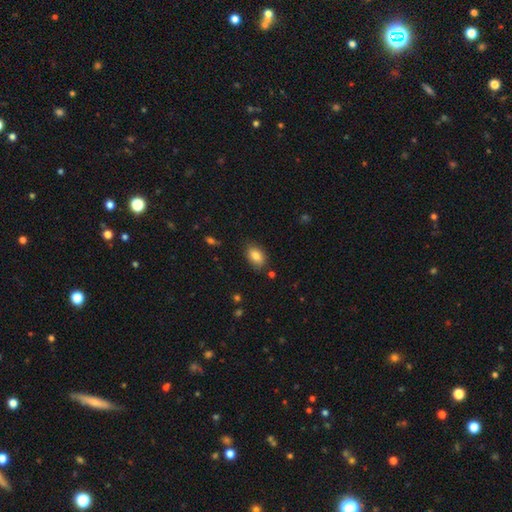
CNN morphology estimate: Smooth or featured?
  - smooth: 84% *
  - star or artifact: 8%
  - featured or disk: 7%
How rounded?
  - in between: 88% *
  - round: 10%
  - cigar-shaped: 2%
Merging?
  - none: 81% *
  - minor disturbance: 14%
  - major disturbance: 3%
  - merger: 2%